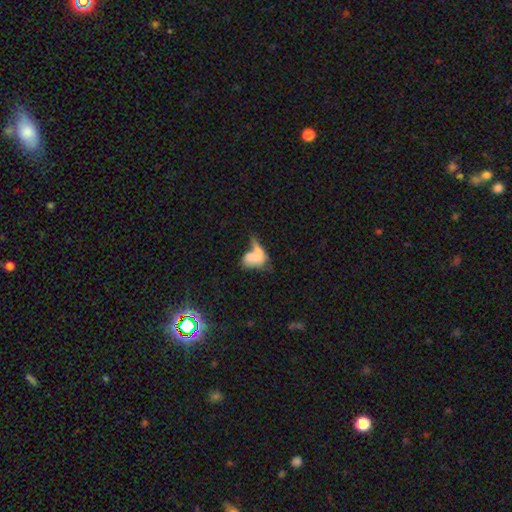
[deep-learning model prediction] A smooth galaxy with no disk features (62%) that is in between round and cigar-shaped (81%). Merging: merger (45%).